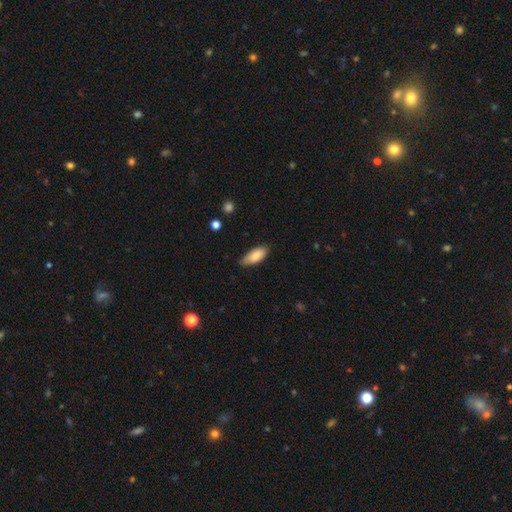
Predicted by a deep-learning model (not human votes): The model was most divided on "merging": none: 74%, minor disturbance: 22%, major disturbance: 3%, merger: 1%. More confident: smooth or featured — smooth (86%); how rounded — in between (83%).